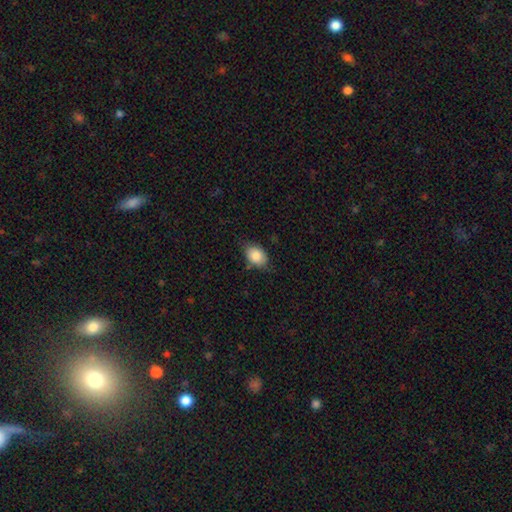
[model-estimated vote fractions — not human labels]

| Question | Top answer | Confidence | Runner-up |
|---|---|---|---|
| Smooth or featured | smooth | 86% | star or artifact (7%) |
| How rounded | in between | 78% | round (21%) |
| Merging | none | 74% | minor disturbance (20%) |